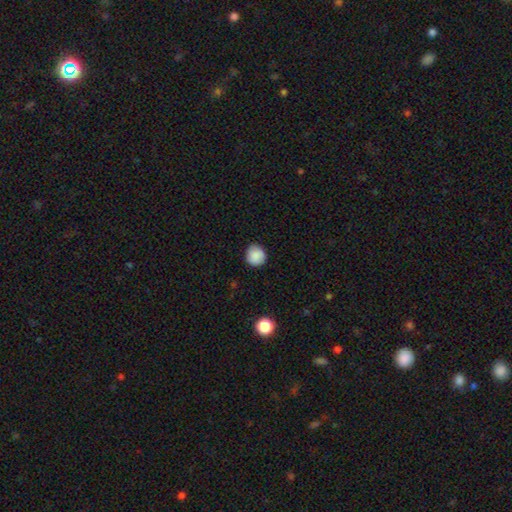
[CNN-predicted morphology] The model was most divided on "smooth or featured": smooth: 88%, star or artifact: 8%, featured or disk: 4%. More confident: how rounded — round (92%); merging — none (89%).